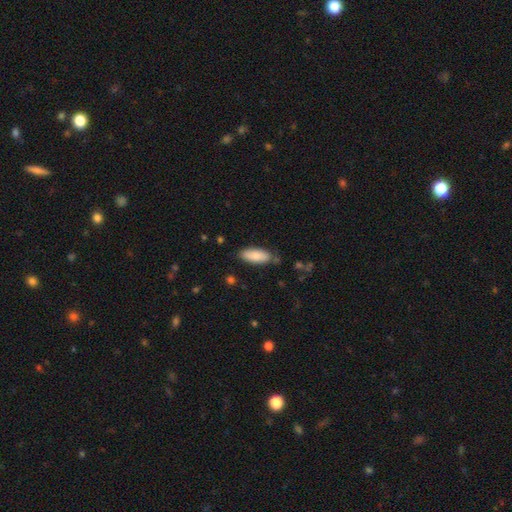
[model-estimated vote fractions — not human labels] smooth-or-featured: smooth: 85% | featured or disk: 9% | star or artifact: 6%
  how-rounded: in between: 79% | cigar-shaped: 19% | round: 2%
  merging: none: 79% | minor disturbance: 15% | major disturbance: 3% | merger: 3%